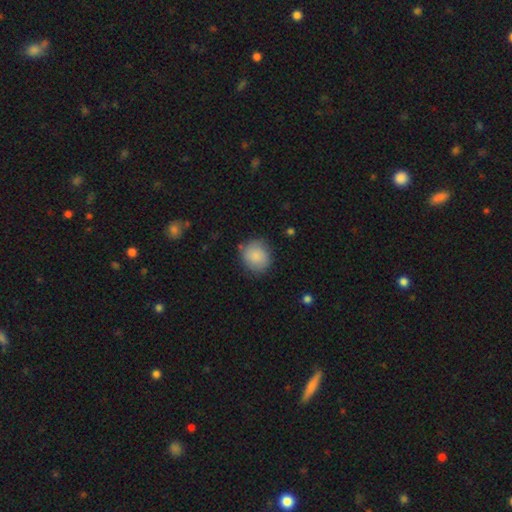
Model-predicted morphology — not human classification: Smooth or featured: smooth — 86% (featured or disk — 7%)
How rounded: round — 81% (in between — 18%)
Merging: none — 79% (minor disturbance — 15%)